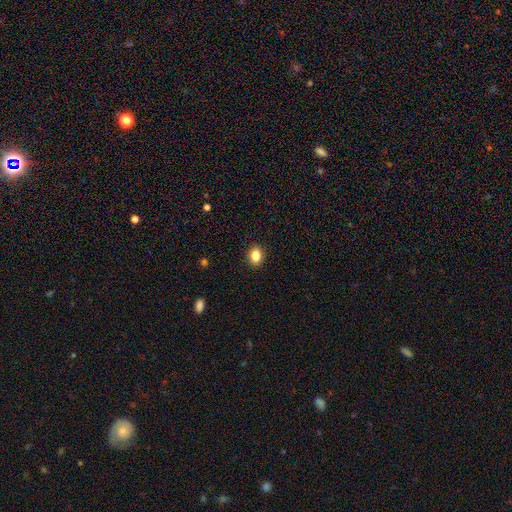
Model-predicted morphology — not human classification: smooth 86%, star or artifact 9%, featured or disk 4%. Down the decision tree: how rounded — in between (54%); merging — none (91%).